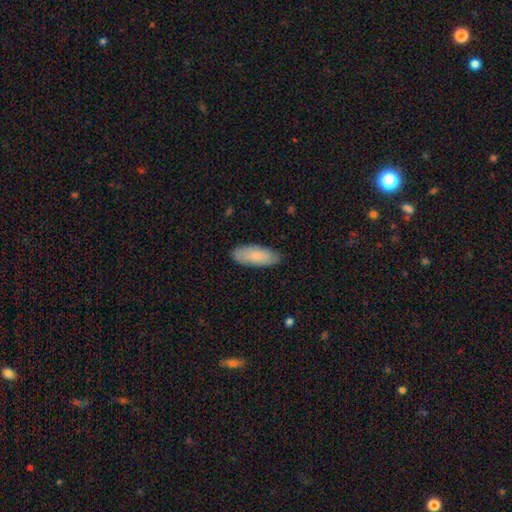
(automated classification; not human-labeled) Morphology: type=smooth (80%); roundness=in between (76%); merging=none (82%).